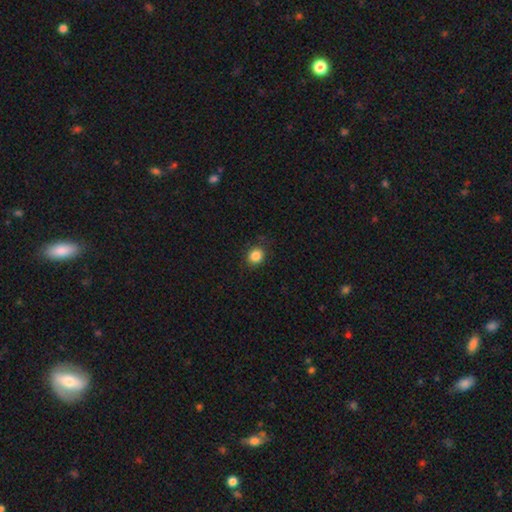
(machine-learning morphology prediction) Smooth or featured?
  - smooth: 86% *
  - star or artifact: 11%
  - featured or disk: 4%
How rounded?
  - round: 79% *
  - in between: 20%
  - cigar-shaped: 1%
Merging?
  - none: 87% *
  - minor disturbance: 9%
  - major disturbance: 3%
  - merger: 1%